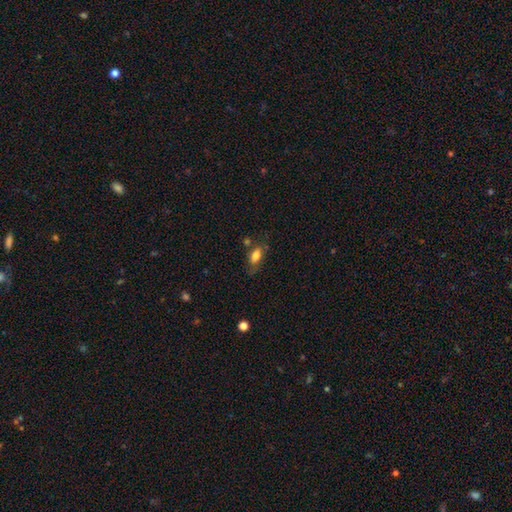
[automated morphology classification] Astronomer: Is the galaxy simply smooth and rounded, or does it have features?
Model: smooth — 77%.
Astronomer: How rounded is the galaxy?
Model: in between — 84%.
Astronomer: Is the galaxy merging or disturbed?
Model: none — 57%.